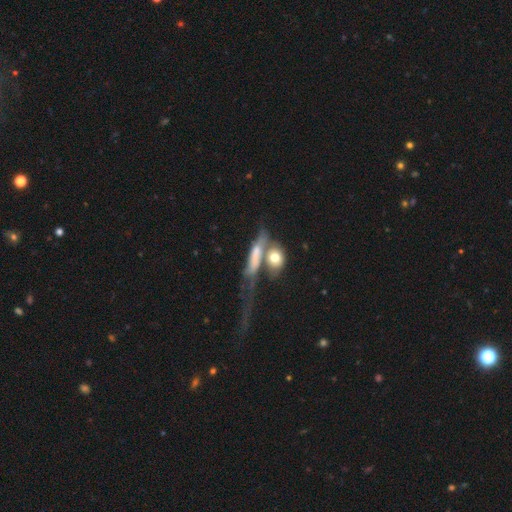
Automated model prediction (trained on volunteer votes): A smooth galaxy with no disk features (57%) that is in between round and cigar-shaped (44%).

Vote fractions:
- Smooth or featured? smooth: 57% / featured or disk: 35% / star or artifact: 8%
- How rounded? in between: 44% / cigar-shaped: 40% / round: 16%
- Merging? merger: 46% / none: 23% / major disturbance: 18% / minor disturbance: 12%